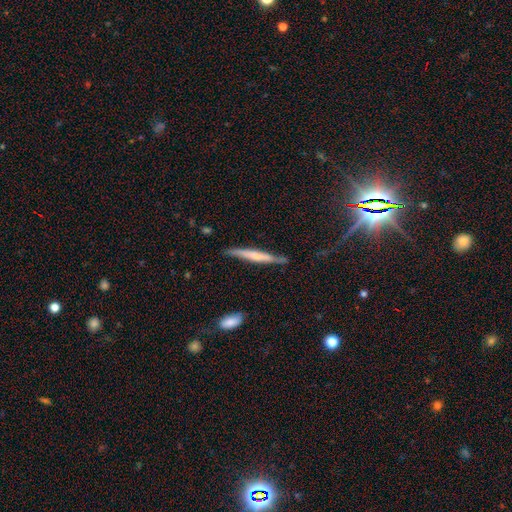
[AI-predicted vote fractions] A featured or disk galaxy (52%) viewed edge-on (93%). Merging: none (77%).